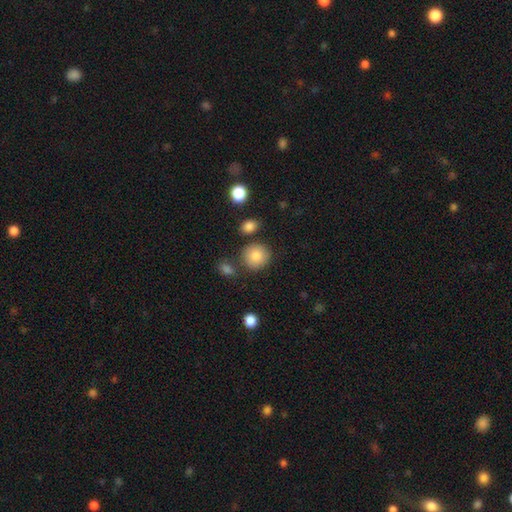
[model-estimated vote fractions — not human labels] Smooth or featured? smooth (84%)
How rounded? round (87%)
Merging? none (80%)